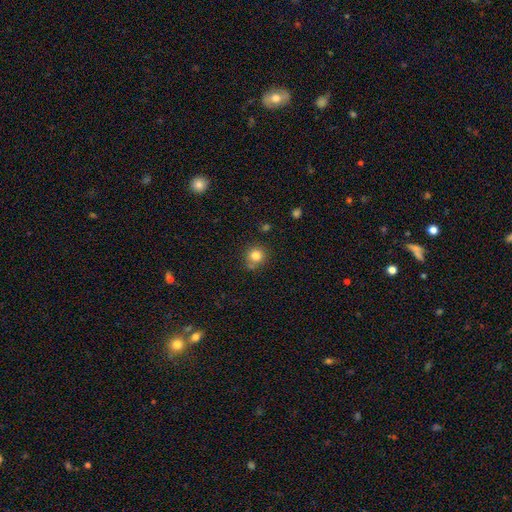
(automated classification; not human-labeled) Smooth or featured: smooth — 82% (star or artifact — 12%)
How rounded: round — 89% (in between — 10%)
Merging: none — 72% (minor disturbance — 14%)